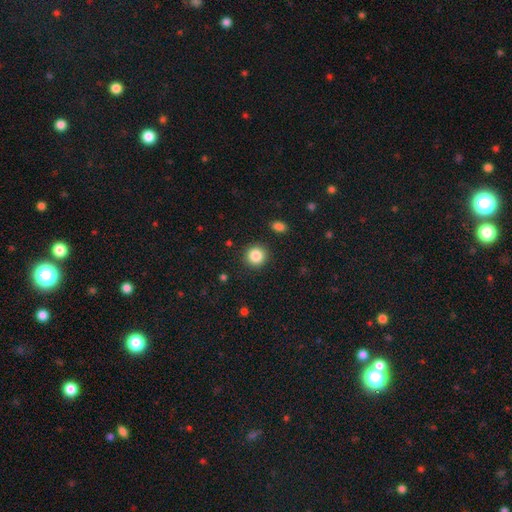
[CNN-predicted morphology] Smooth or featured? smooth (86%)
How rounded? round (93%)
Merging? none (90%)